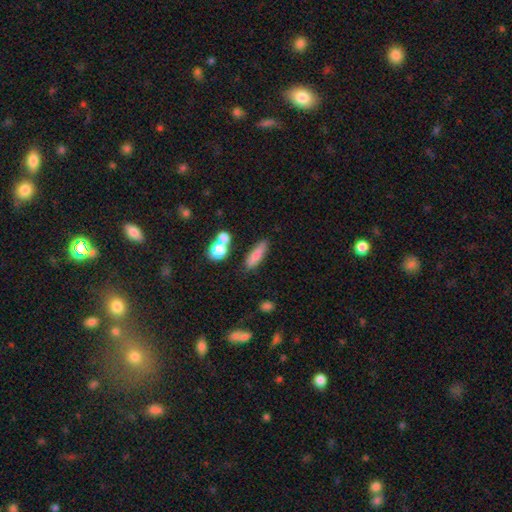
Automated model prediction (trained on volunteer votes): smooth-or-featured: smooth: 79% | featured or disk: 11% | star or artifact: 10%
  how-rounded: cigar-shaped: 62% | in between: 33% | round: 5%
  merging: none: 73% | minor disturbance: 13% | merger: 10% | major disturbance: 4%